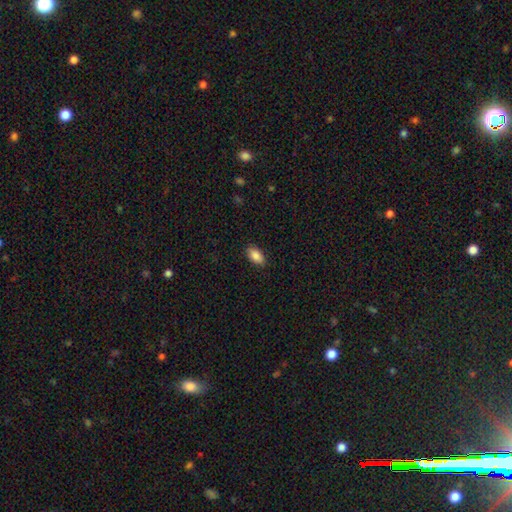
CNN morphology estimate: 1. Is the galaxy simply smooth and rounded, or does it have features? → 87% smooth, 7% star or artifact, 6% featured or disk.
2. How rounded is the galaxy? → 92% in between, 5% cigar-shaped, 3% round.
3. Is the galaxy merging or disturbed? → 87% none, 9% minor disturbance, 2% major disturbance, 1% merger.